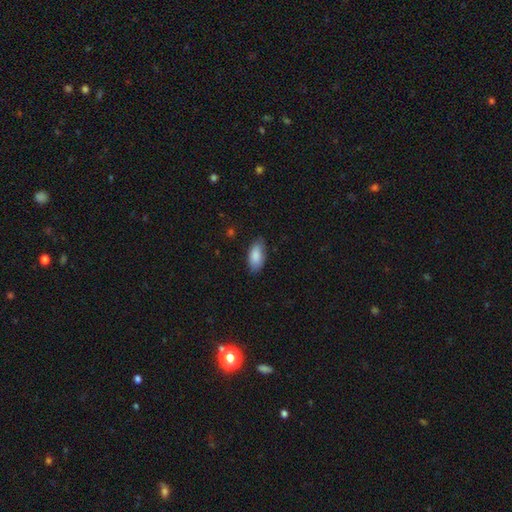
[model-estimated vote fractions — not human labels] Morphology: type=smooth (87%); roundness=in between (92%); merging=none (78%).